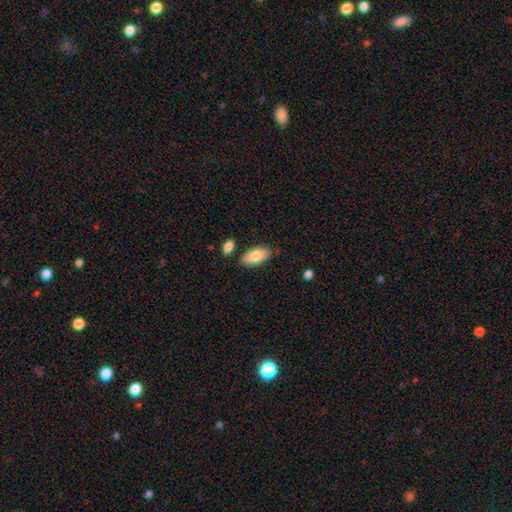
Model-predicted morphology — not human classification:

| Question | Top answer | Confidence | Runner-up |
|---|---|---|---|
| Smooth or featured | smooth | 80% | featured or disk (15%) |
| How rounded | in between | 93% | cigar-shaped (4%) |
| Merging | none | 80% | minor disturbance (13%) |